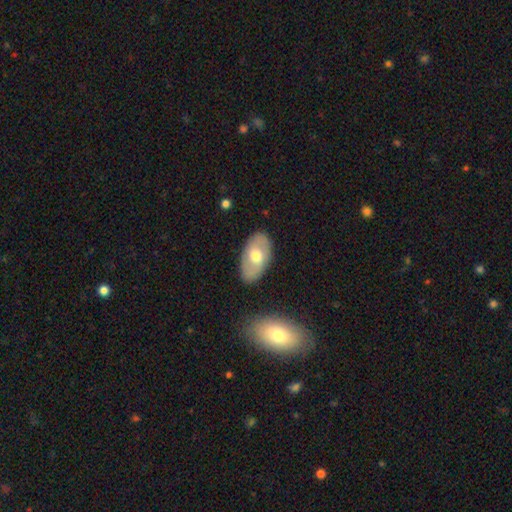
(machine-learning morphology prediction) This appears to be a smooth galaxy with no disk features (53%) that is in between round and cigar-shaped (94%). Merging: none (81%).